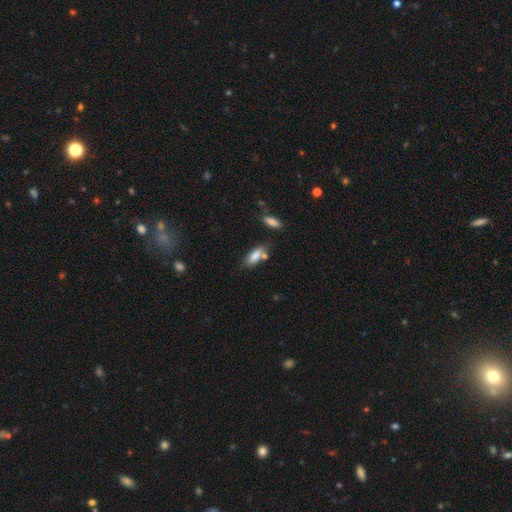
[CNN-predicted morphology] A smooth galaxy with no disk features (80%) that is in between round and cigar-shaped (68%).

Vote fractions:
- Smooth or featured? smooth: 80% / featured or disk: 12% / star or artifact: 8%
- How rounded? in between: 68% / cigar-shaped: 30% / round: 2%
- Merging? none: 60% / merger: 18% / minor disturbance: 17% / major disturbance: 5%